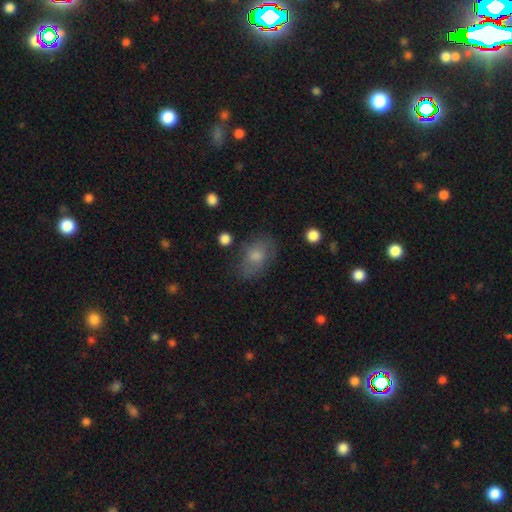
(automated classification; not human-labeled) Overall: smooth (67%). How rounded: in between (80%). Merging: none (72%).